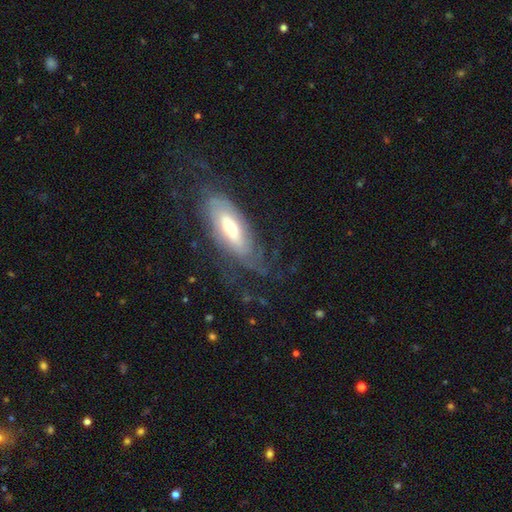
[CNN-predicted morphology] Smooth or featured? Predicted: featured or disk (p=0.70). Edge-on disk? Predicted: no (p=0.80). Bar? Predicted: no (p=0.54). Spiral arms? Predicted: yes (p=0.84). Bulge size? Predicted: moderate (p=0.49). Merging? Predicted: none (p=0.64).